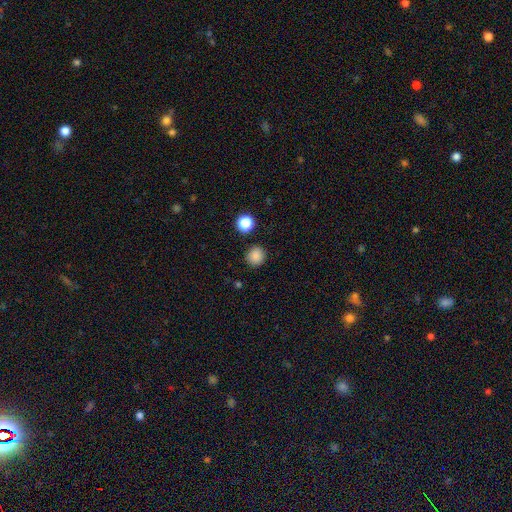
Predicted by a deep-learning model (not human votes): This appears to be a smooth galaxy with no disk features (86%) that is round (92%). Merging: none (89%).